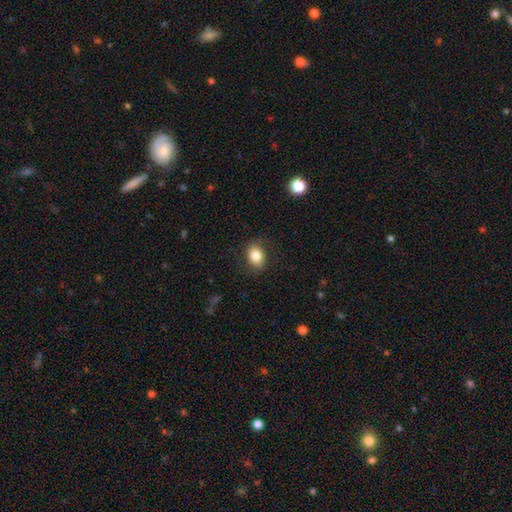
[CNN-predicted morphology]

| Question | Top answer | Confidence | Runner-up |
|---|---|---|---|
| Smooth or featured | smooth | 82% | featured or disk (9%) |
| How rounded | in between | 69% | round (30%) |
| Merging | none | 82% | minor disturbance (13%) |